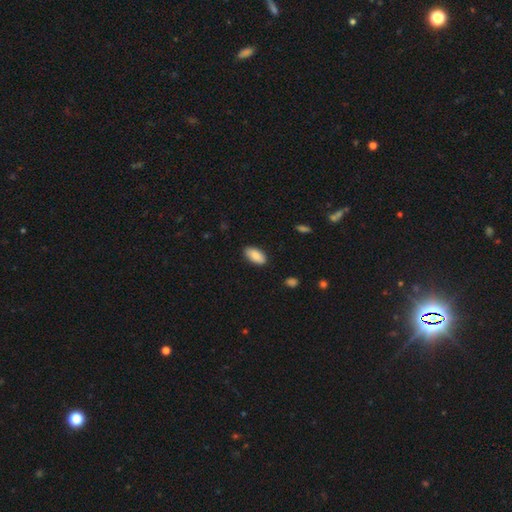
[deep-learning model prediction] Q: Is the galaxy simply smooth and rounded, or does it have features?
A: smooth — 87%.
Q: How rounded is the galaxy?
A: in between — 93%.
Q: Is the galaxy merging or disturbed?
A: none — 87%.